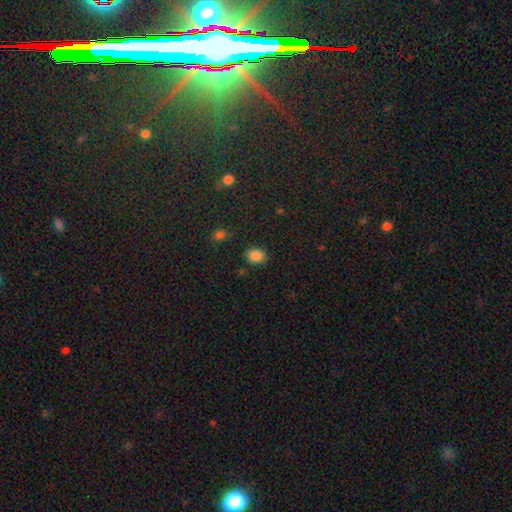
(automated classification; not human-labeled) smooth-or-featured: smooth: 85% | star or artifact: 11% | featured or disk: 4%
  how-rounded: in between: 59% | round: 40% | cigar-shaped: 1%
  merging: none: 83% | minor disturbance: 11% | major disturbance: 3% | merger: 2%